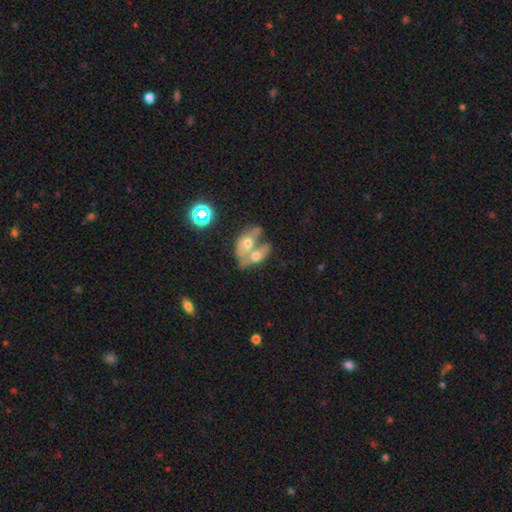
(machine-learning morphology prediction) smooth_or_featured: smooth (p=0.44) [tied with: featured or disk p=0.44]
merging: merger (p=0.73) [alt: none p=0.13]